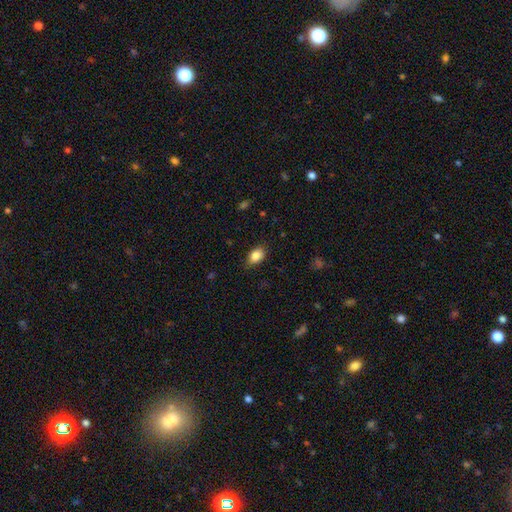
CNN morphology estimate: Smooth or featured? smooth (86%)
How rounded? in between (83%)
Merging? none (79%)